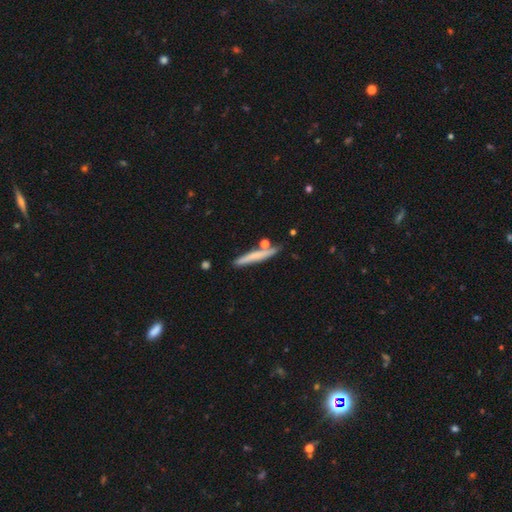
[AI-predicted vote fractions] The model was most divided on "smooth or featured": smooth: 62%, featured or disk: 31%, star or artifact: 6%. More confident: how rounded — cigar-shaped (94%); merging — none (76%).